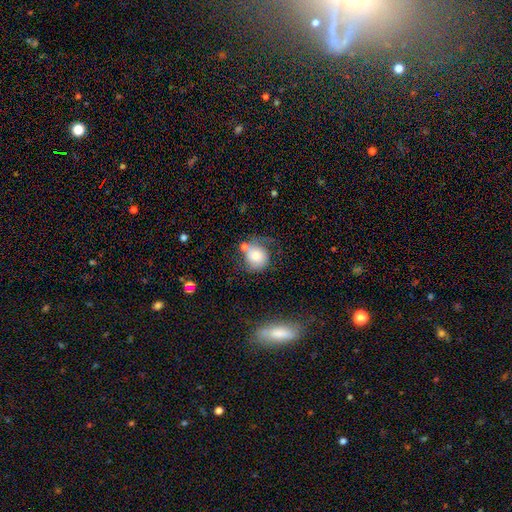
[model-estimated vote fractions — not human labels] This appears to be a smooth galaxy with no disk features (68%) that is round (78%). Merging: none (45%).